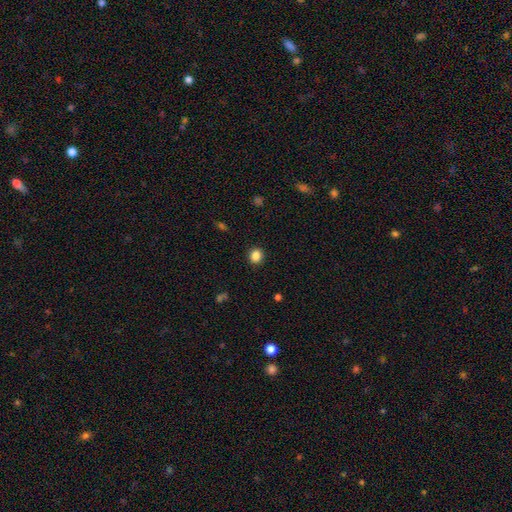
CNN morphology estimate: This appears to be a smooth galaxy with no disk features (86%) that is round (81%). Merging: none (91%).